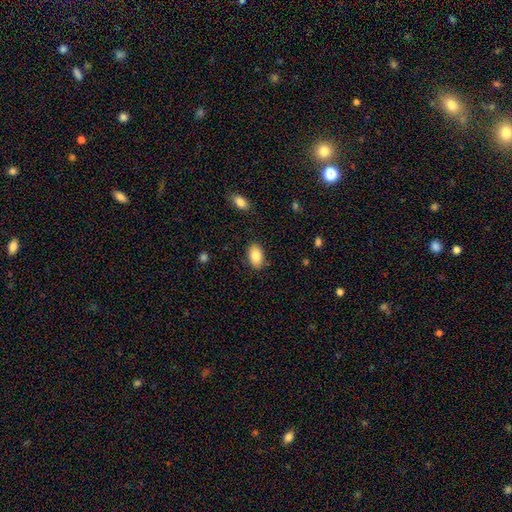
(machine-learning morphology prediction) Smooth or featured? Predicted: smooth (p=0.85). How rounded? Predicted: in between (p=0.90). Merging? Predicted: none (p=0.84).